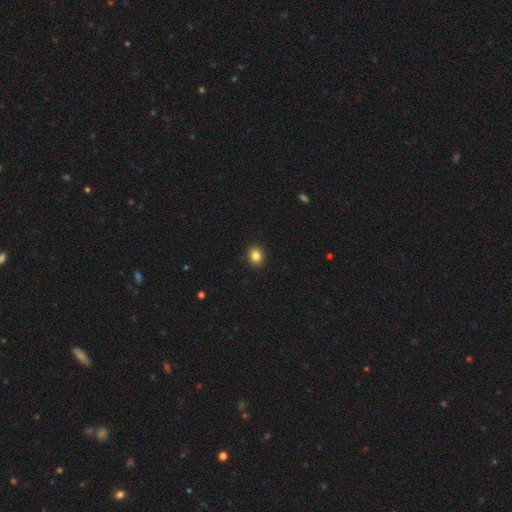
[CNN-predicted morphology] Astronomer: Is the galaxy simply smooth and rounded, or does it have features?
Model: smooth — 84%.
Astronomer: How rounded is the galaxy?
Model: round — 70%.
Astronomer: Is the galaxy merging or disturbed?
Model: none — 92%.